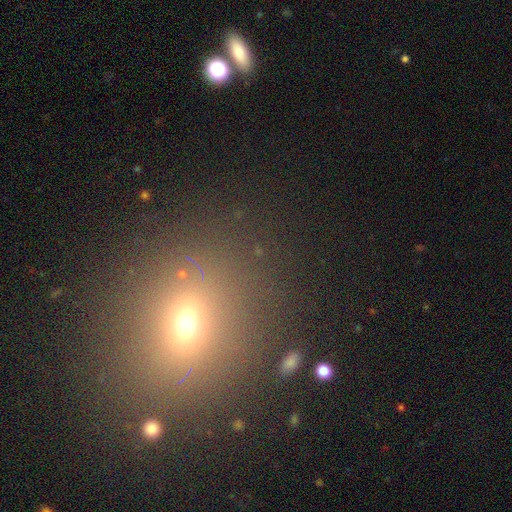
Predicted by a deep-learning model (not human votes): This is possibly a smooth galaxy (54%). How rounded: likely round (69%). Merging: clearly none (86%).